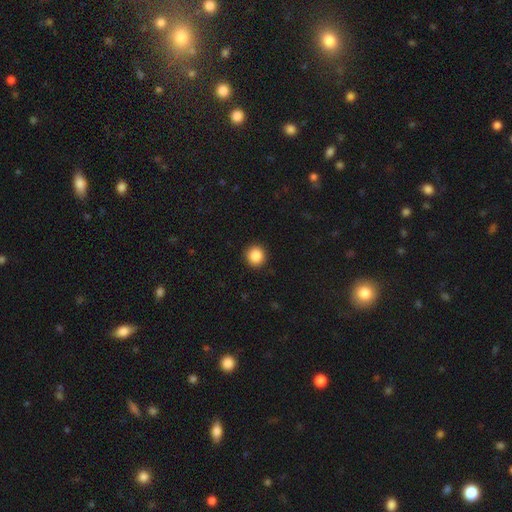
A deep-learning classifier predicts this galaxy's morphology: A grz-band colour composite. It shows a smooth galaxy with no disk features (87%) that is round (93%). Merging: none (92%).